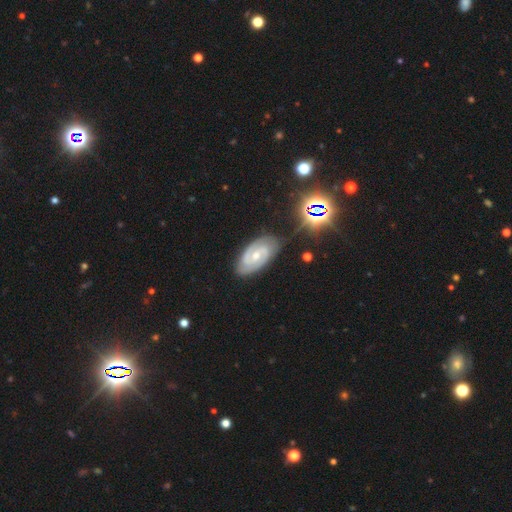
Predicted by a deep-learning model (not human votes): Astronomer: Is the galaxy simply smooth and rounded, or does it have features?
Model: featured or disk — 85%.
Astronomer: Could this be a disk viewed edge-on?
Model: no — 96%.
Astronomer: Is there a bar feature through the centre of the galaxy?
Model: weak — 47% (runner-up: no, 39%).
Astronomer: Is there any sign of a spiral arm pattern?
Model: yes — 97%.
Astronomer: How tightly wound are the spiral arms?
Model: tight — 59% (runner-up: medium, 35%).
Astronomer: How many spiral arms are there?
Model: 2 — 85%.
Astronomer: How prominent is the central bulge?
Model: small — 49% (runner-up: moderate, 47%).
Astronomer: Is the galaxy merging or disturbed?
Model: none — 80%.